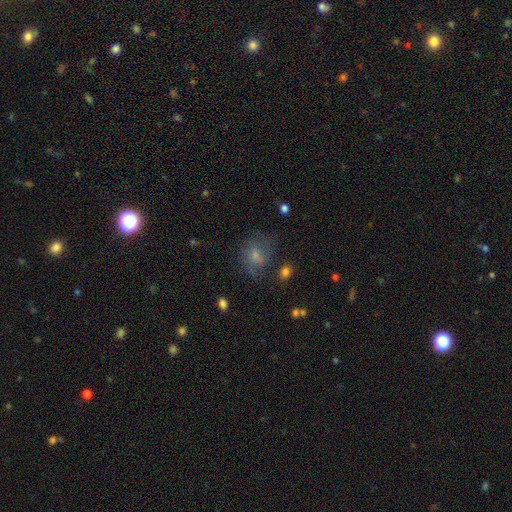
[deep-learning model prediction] Smooth or featured? smooth (52%)
How rounded? round (58%)
Merging? none (53%)